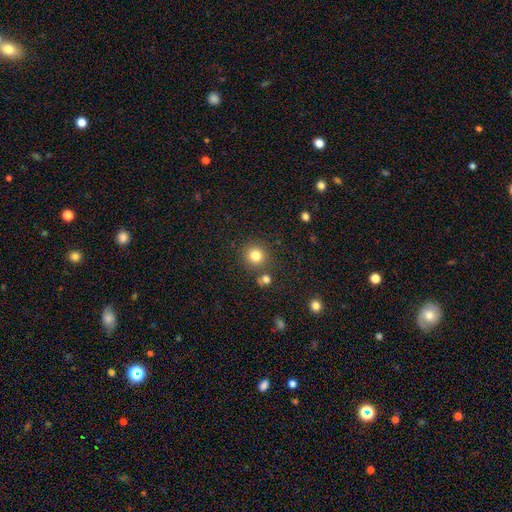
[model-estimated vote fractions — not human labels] The model was most divided on "smooth or featured": smooth: 82%, star or artifact: 12%, featured or disk: 6%. More confident: how rounded — round (91%); merging — none (82%).